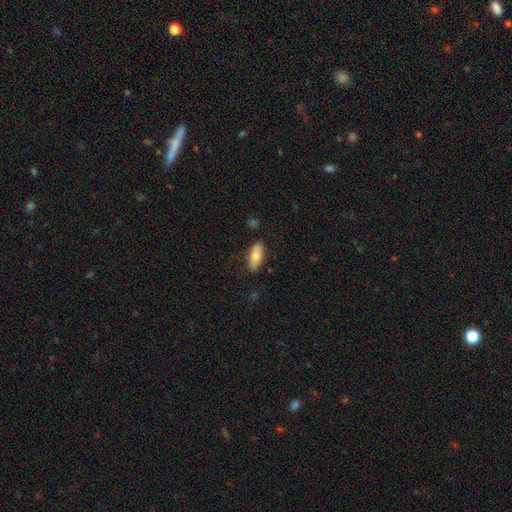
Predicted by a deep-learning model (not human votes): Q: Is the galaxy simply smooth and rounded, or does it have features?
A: smooth — 72%.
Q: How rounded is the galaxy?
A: in between — 79%.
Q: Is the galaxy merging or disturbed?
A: none — 83%.